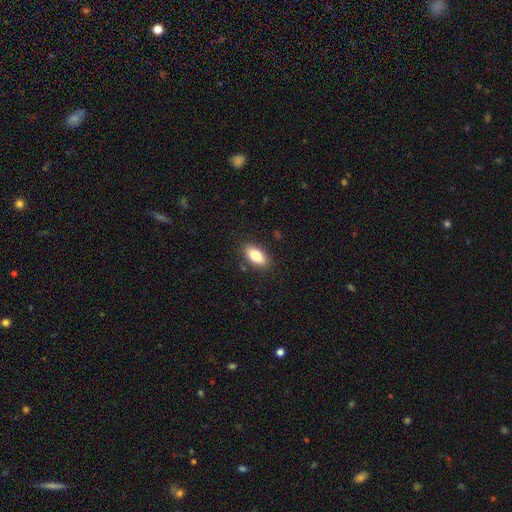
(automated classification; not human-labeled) Morphology: type=smooth (81%); roundness=in between (88%); merging=none (87%).